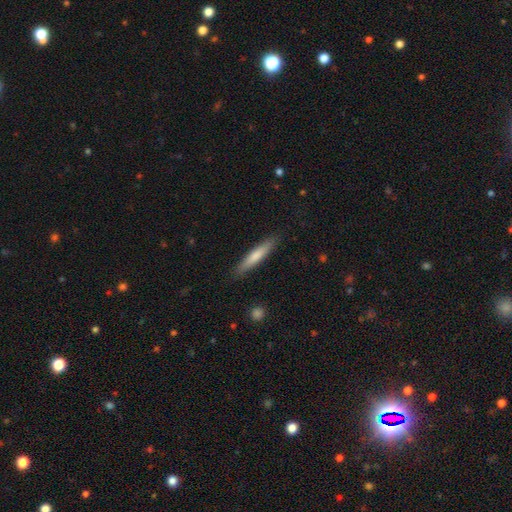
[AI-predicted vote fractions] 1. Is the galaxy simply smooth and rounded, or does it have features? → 72% smooth, 23% featured or disk, 5% star or artifact.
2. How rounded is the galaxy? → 91% cigar-shaped, 8% in between, 1% round.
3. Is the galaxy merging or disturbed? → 88% none, 9% minor disturbance, 2% major disturbance, 1% merger.